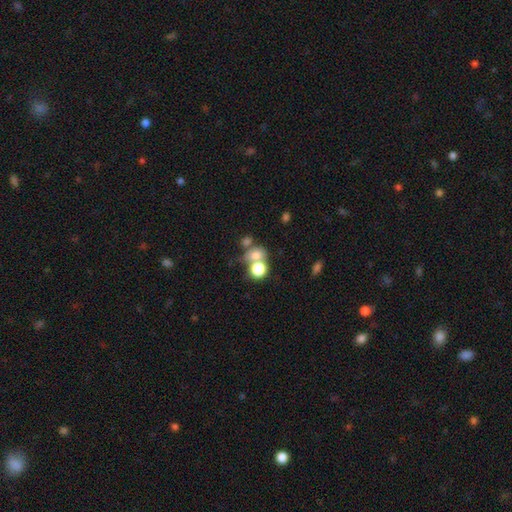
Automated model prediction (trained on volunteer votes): smooth-or-featured: smooth: 71% | star or artifact: 16% | featured or disk: 14%
  how-rounded: round: 62% | in between: 37% | cigar-shaped: 1%
  merging: merger: 47% | none: 37% | minor disturbance: 9% | major disturbance: 7%